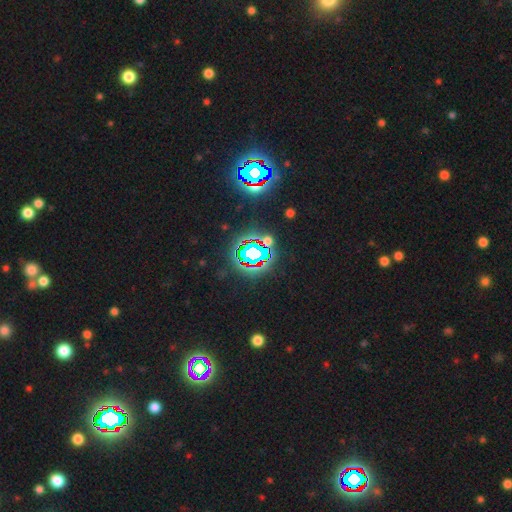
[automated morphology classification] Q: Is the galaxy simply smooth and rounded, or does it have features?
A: star or artifact — 71%.